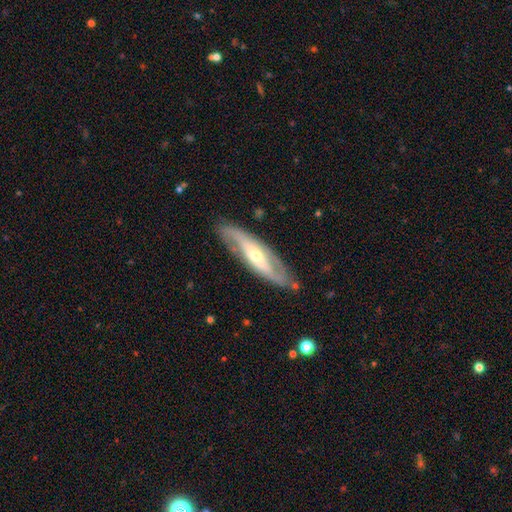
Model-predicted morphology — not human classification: Smooth or featured? Predicted: featured or disk (p=0.79). Edge-on disk? Predicted: no (p=0.73). Bar? Predicted: no (p=0.41). Spiral arms? Predicted: yes (p=0.87). Spiral winding? Predicted: medium (p=0.39). Spiral arm count? Predicted: 2 (p=0.82). Bulge size? Predicted: small (p=0.51). Merging? Predicted: none (p=0.82).